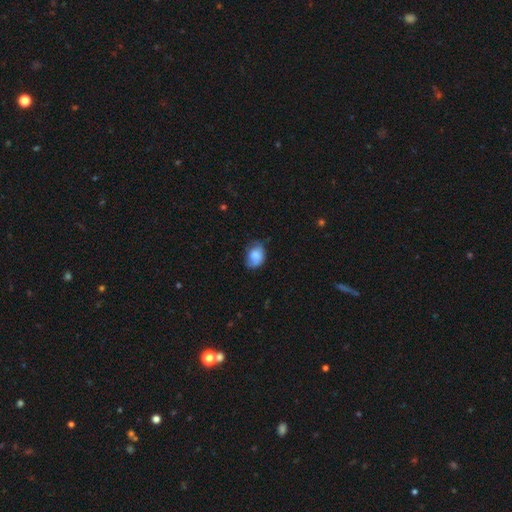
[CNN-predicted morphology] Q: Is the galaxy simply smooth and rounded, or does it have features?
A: smooth — 75%.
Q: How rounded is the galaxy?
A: in between — 61%.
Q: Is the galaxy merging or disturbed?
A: none — 49%.